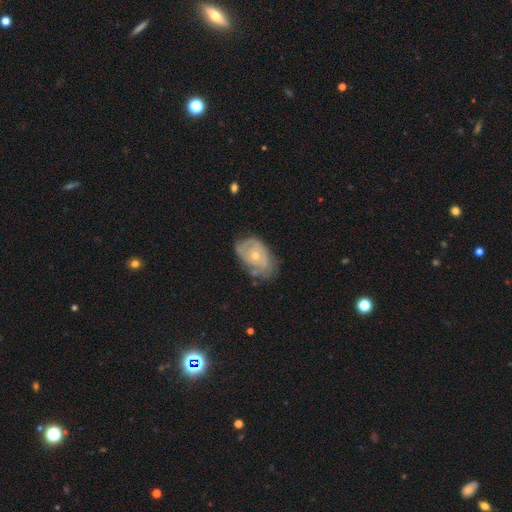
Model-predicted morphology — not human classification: type=featured or disk (69%); edge-on=no (95%); bar=no (81%); spiral arms=yes (74%); bulge=small (52%); merging=none (55%).